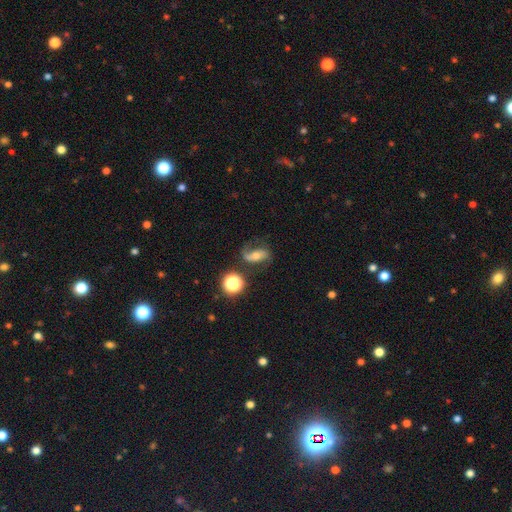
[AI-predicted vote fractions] Smooth or featured? featured or disk (68%)
Edge-on disk? no (94%)
Bar? no (38%)
Spiral arms? yes (91%)
Spiral winding? loose (54%)
Spiral arm count? 2 (75%)
Bulge size? moderate (48%)
Merging? none (62%)